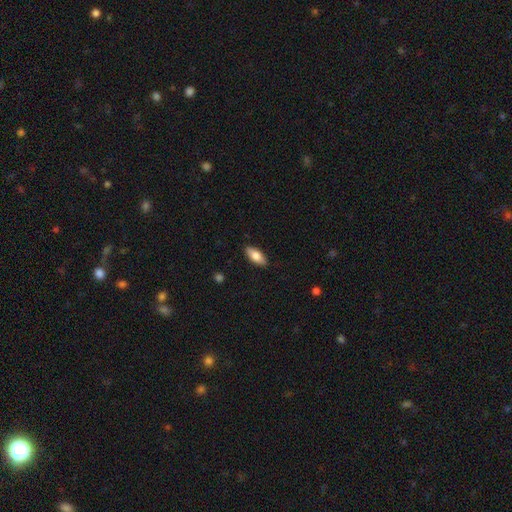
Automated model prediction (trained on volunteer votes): Overall: smooth (79%). How rounded: in between (84%). Merging: none (89%).